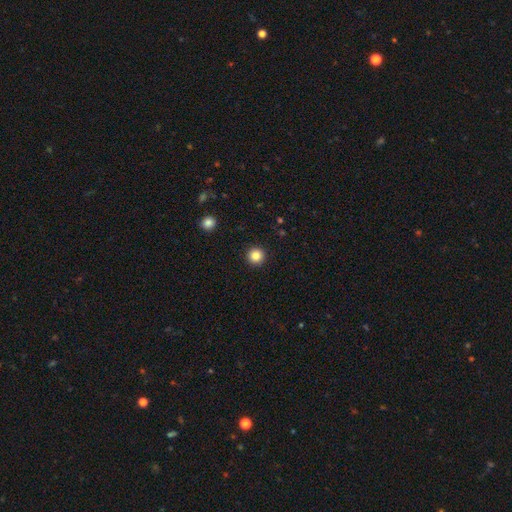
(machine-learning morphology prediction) smooth-or-featured: smooth: 84% | star or artifact: 11% | featured or disk: 5%
  how-rounded: round: 96% | in between: 3% | cigar-shaped: 1%
  merging: none: 94% | minor disturbance: 4% | major disturbance: 2% | merger: 1%